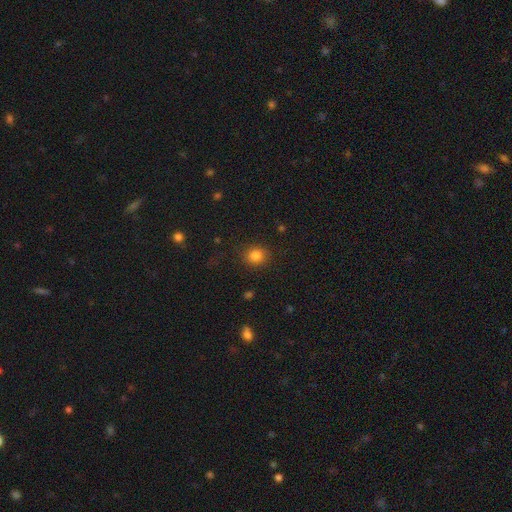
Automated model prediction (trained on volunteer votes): Morphology: type=smooth (83%); roundness=round (81%); merging=none (87%).